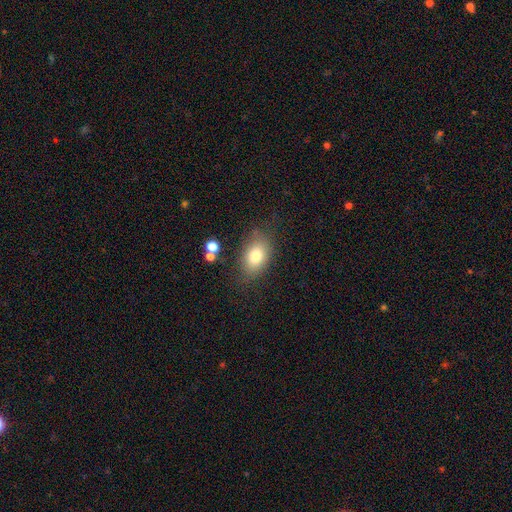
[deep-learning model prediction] smooth 77%, featured or disk 13%, star or artifact 10%. Down the decision tree: how rounded — in between (84%); merging — none (74%).